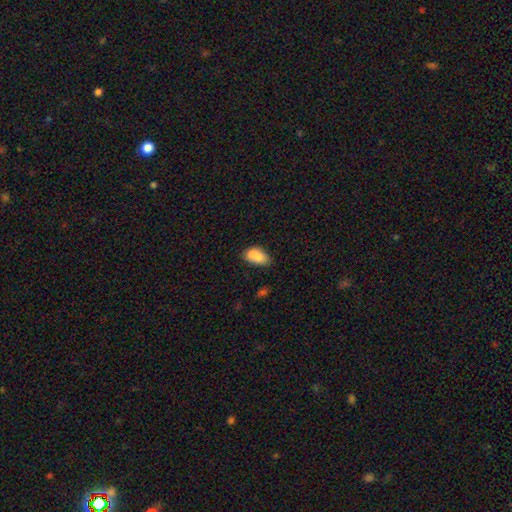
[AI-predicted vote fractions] Smooth or featured: smooth — 82% (featured or disk — 10%)
How rounded: in between — 89% (round — 8%)
Merging: none — 52% (minor disturbance — 22%)